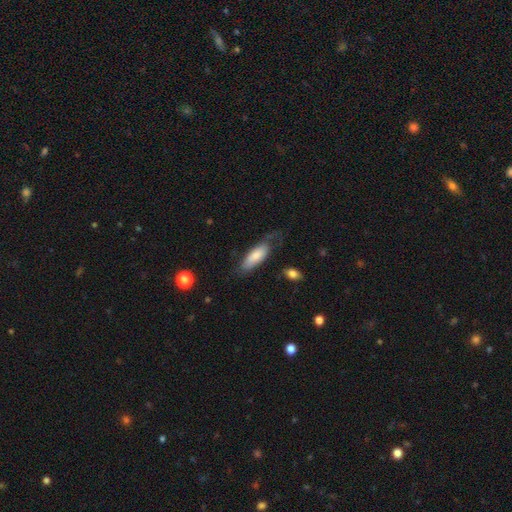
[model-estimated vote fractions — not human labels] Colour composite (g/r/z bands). It shows a smooth galaxy with no disk features (75%) that is in between round and cigar-shaped (70%). Merging: none (46%).